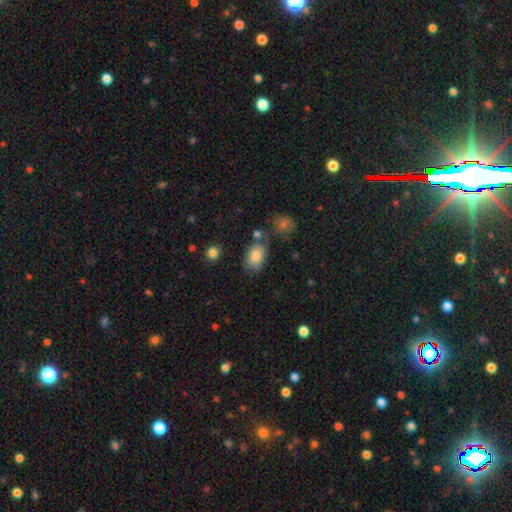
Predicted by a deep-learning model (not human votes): This is clearly a smooth galaxy (83%). How rounded: clearly in between (87%). Merging: likely none (63%).